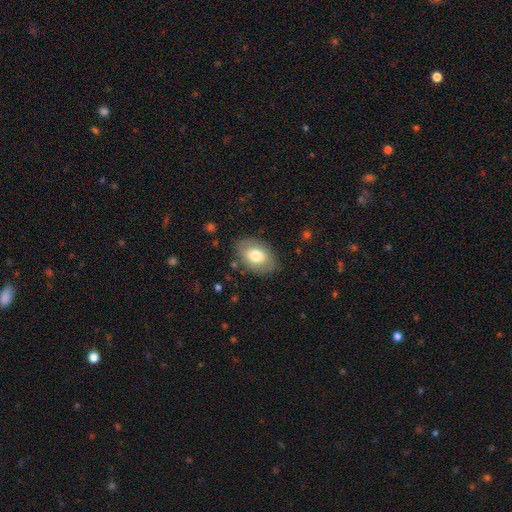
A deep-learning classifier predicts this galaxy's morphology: Smooth or featured: smooth — 70% (featured or disk — 24%)
How rounded: in between — 85% (round — 14%)
Merging: none — 81% (minor disturbance — 13%)